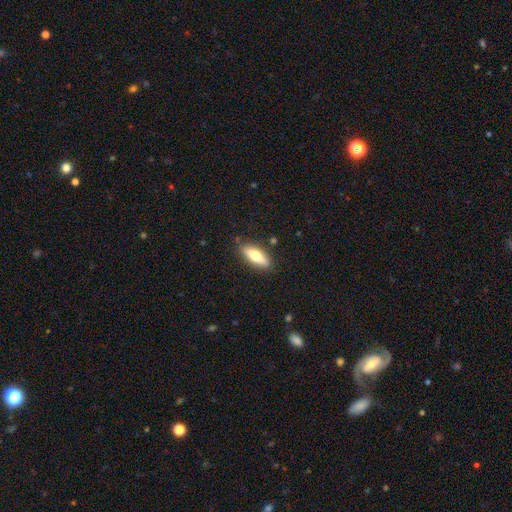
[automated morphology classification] smooth 59%, featured or disk 35%, star or artifact 6%. Down the decision tree: how rounded — in between (56%); merging — none (85%).